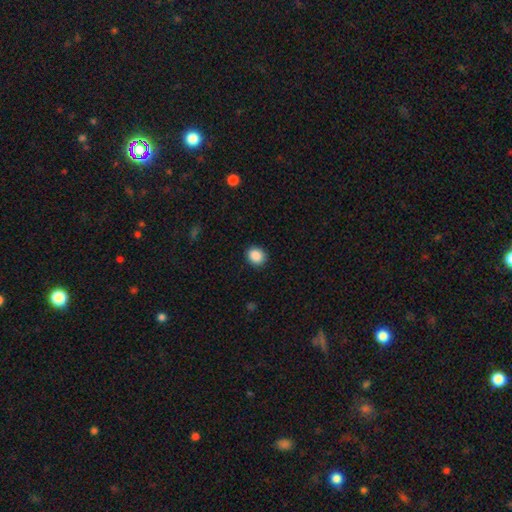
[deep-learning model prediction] Smooth or featured: smooth — 89% (star or artifact — 8%)
How rounded: round — 67% (in between — 32%)
Merging: none — 90% (minor disturbance — 7%)